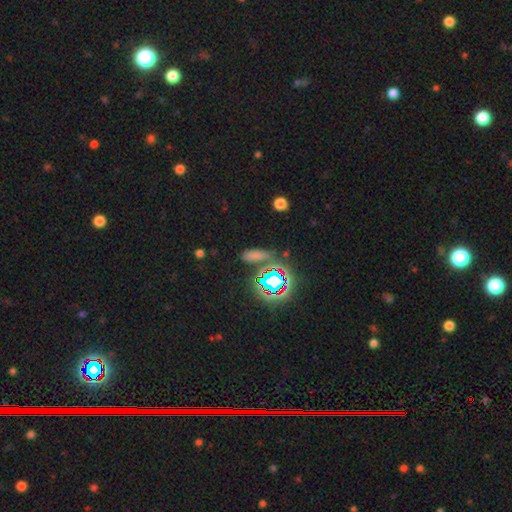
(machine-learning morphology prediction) Smooth or featured: smooth — 53% (star or artifact — 38%)
How rounded: in between — 61% (cigar-shaped — 28%)
Merging: none — 73% (minor disturbance — 14%)